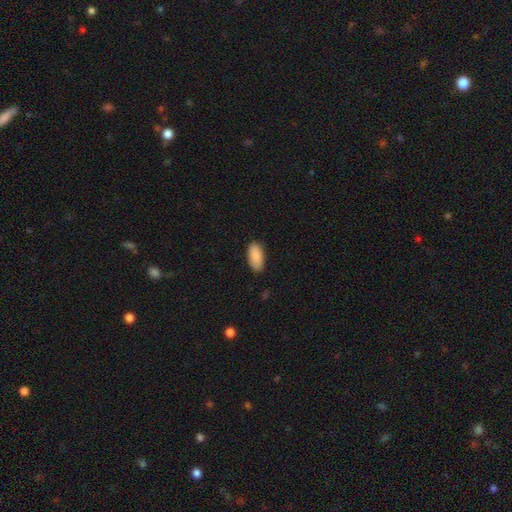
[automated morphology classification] type=smooth (90%); roundness=in between (92%); merging=none (85%).